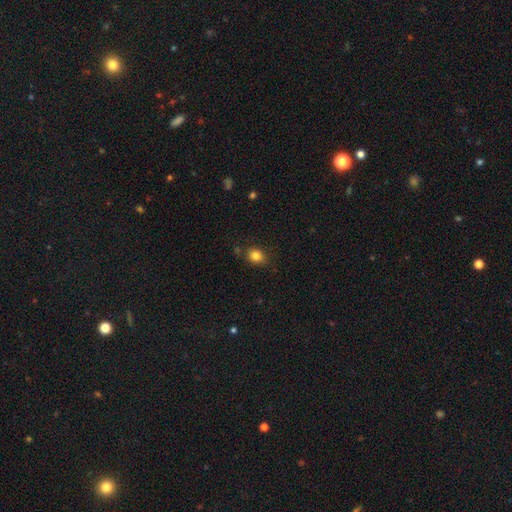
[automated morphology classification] This is clearly a smooth galaxy (83%). How rounded: possibly round (52%). Merging: clearly none (81%).